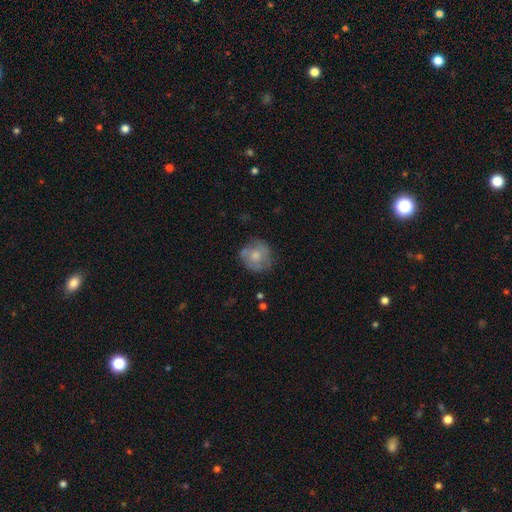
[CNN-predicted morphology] Q: Smooth or featured?
A: smooth (57%); runner-up: featured or disk (35%)
Q: How rounded?
A: round (86%); runner-up: in between (13%)
Q: Merging?
A: none (64%); runner-up: minor disturbance (24%)